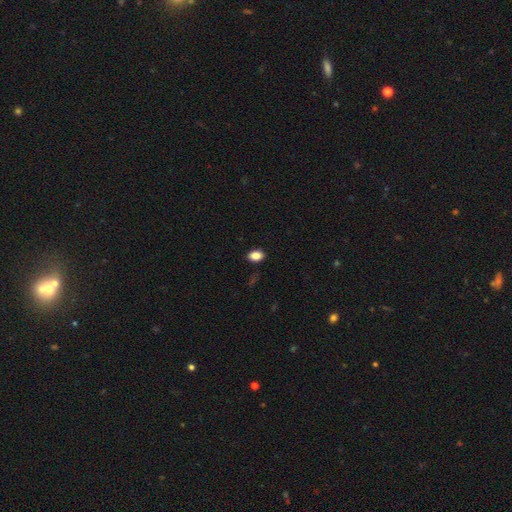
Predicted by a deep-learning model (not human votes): The model was most divided on "how rounded": in between: 81%, round: 18%, cigar-shaped: 2%. More confident: merging — none (87%); smooth or featured — smooth (86%).